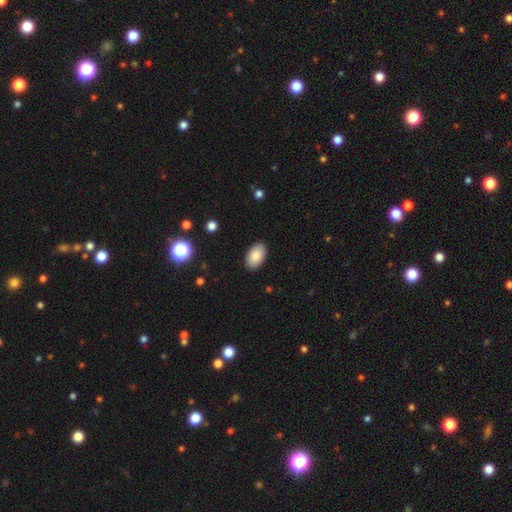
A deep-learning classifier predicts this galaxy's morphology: smooth_or_featured: smooth (p=0.86) [alt: star or artifact p=0.07]
how_rounded: in between (p=0.94) [alt: round p=0.04]
merging: none (p=0.89) [alt: minor disturbance p=0.08]